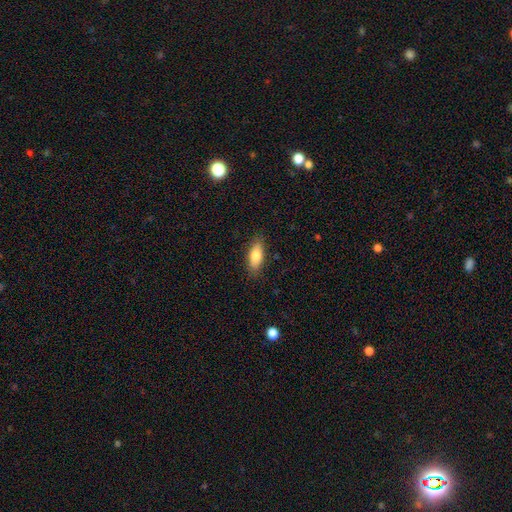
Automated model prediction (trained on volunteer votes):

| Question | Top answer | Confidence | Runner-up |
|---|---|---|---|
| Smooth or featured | smooth | 78% | featured or disk (15%) |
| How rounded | in between | 78% | cigar-shaped (20%) |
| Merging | none | 85% | minor disturbance (12%) |